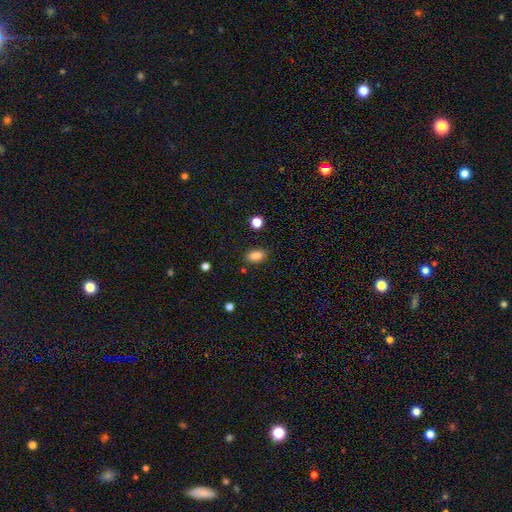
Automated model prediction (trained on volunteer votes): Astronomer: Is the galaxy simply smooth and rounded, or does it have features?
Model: smooth — 84%.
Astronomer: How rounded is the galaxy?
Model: in between — 87%.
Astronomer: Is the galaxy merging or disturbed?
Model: none — 85%.